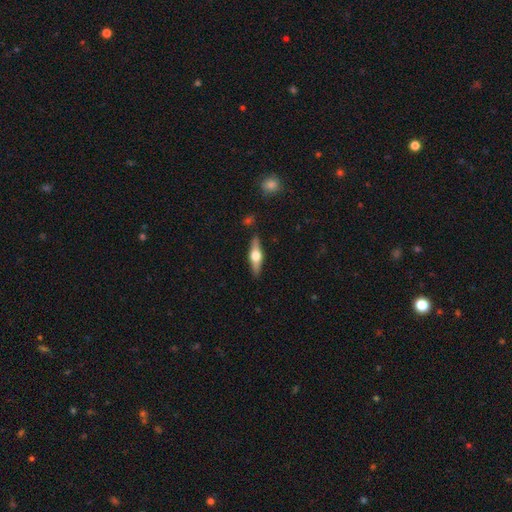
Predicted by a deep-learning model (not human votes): This is likely a featured or disk galaxy (66%). It is clearly viewed edge-on (95%). Edge-on bulge: clearly rounded (95%). Merging: clearly none (88%).